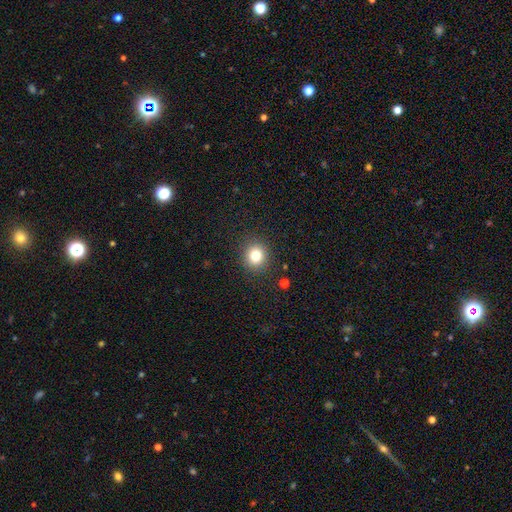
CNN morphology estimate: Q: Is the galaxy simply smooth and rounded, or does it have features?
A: smooth — 81%.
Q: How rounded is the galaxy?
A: round — 85%.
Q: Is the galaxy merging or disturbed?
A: none — 89%.